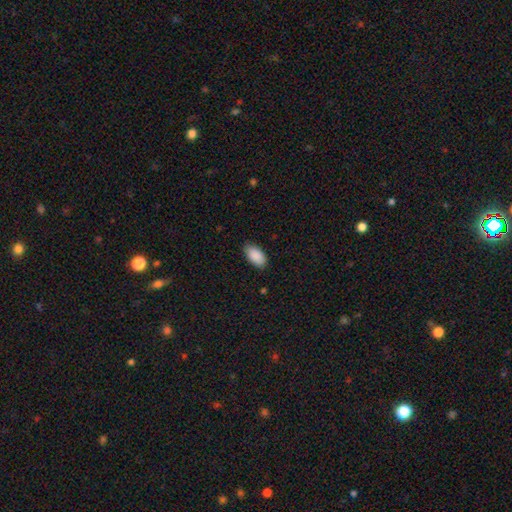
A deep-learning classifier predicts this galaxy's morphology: This is clearly a smooth galaxy (90%). How rounded: clearly in between (95%). Merging: clearly none (82%).